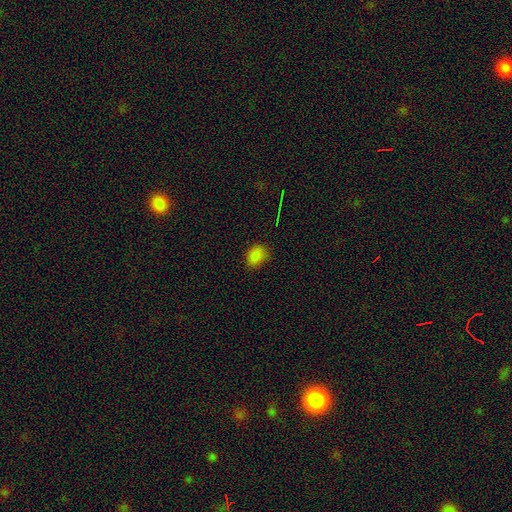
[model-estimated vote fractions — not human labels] This appears to be a smooth galaxy with no disk features (80%) that is in between round and cigar-shaped (62%). Merging: none (79%).